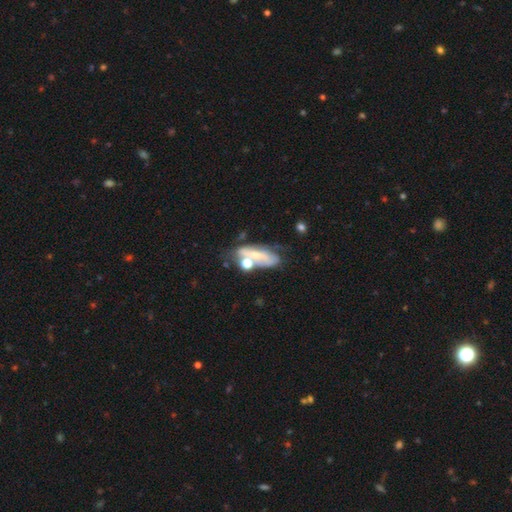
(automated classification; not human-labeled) smooth_or_featured: featured or disk (p=0.49) [alt: smooth p=0.40]
merging: none (p=0.38) [alt: minor disturbance p=0.23]